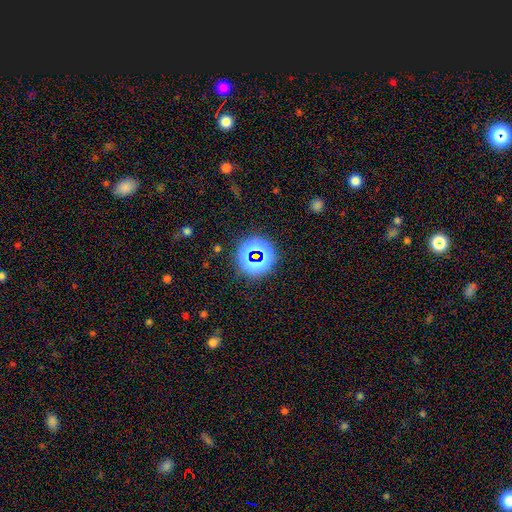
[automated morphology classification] Smooth or featured? star or artifact (68%)